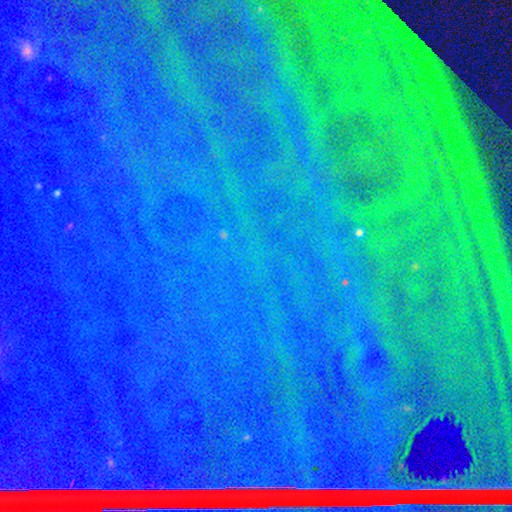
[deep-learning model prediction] Smooth or featured? star or artifact (85%)